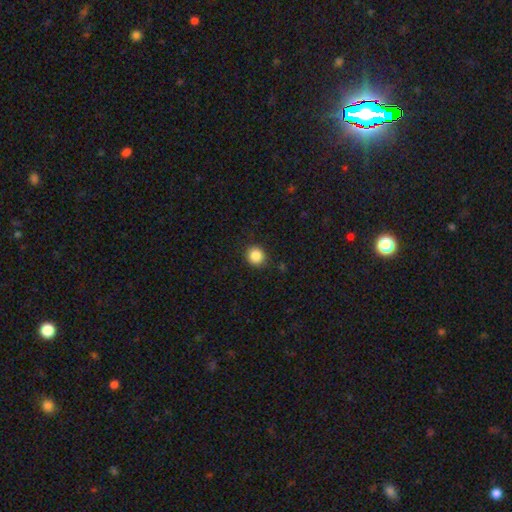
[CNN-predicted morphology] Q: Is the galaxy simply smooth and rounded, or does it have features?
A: smooth — 87%.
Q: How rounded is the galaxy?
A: round — 90%.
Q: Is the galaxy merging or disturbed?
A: none — 89%.